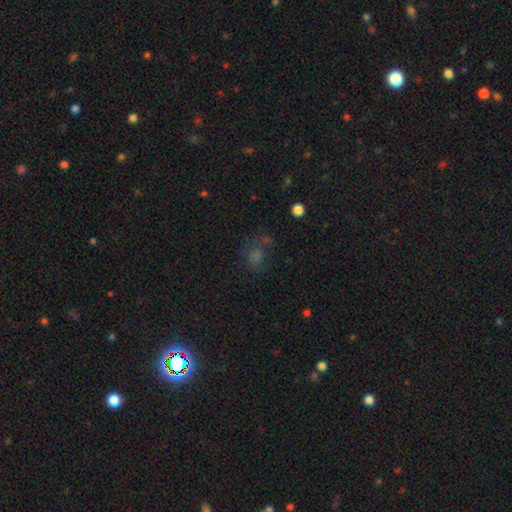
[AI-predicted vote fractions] Overall: smooth (44%; star or artifact 41%). Merging: none (58%).